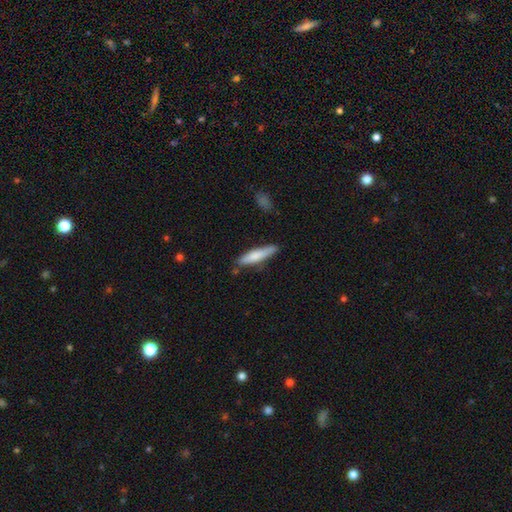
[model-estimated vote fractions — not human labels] The model was most divided on "smooth or featured": smooth: 75%, featured or disk: 20%, star or artifact: 5%. More confident: how rounded — cigar-shaped (84%); merging — none (76%).